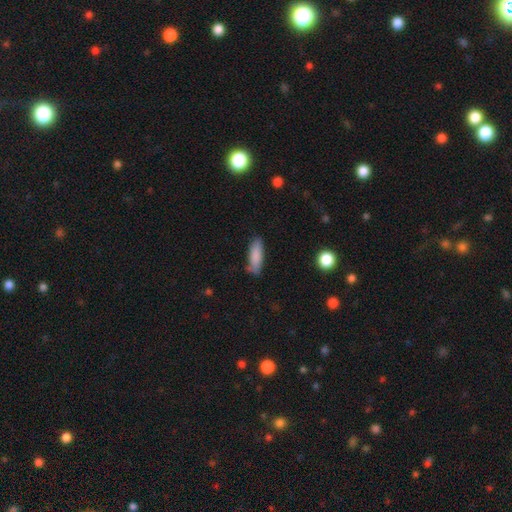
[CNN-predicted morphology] A smooth galaxy with no disk features (85%) that is in between round and cigar-shaped (51%). Merging: none (74%).